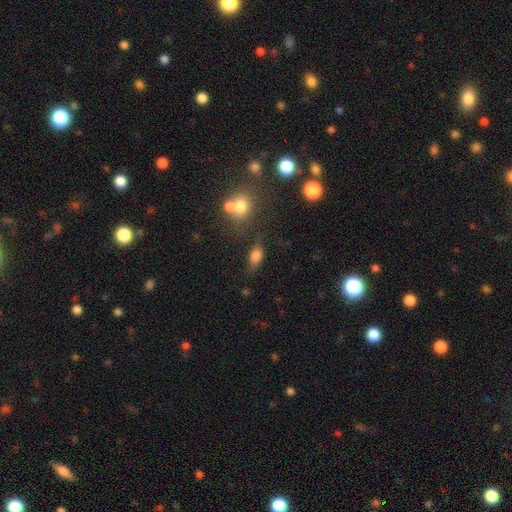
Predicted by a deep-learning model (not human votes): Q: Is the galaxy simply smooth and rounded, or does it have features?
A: smooth — 77%.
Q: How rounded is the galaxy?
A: in between — 81%.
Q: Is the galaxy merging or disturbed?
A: none — 65%.